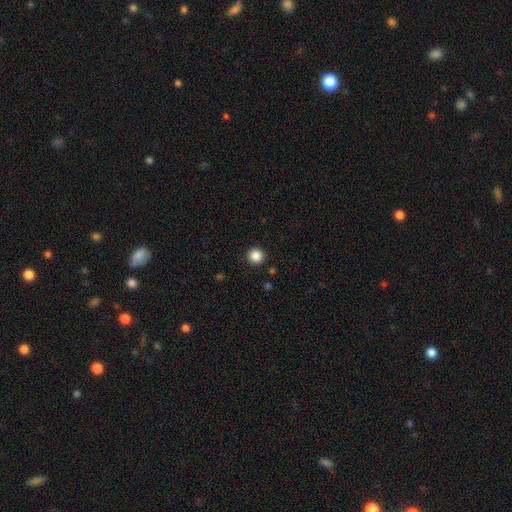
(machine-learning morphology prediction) Q: Smooth or featured?
A: smooth (87%); runner-up: star or artifact (10%)
Q: How rounded?
A: round (95%); runner-up: in between (4%)
Q: Merging?
A: none (92%); runner-up: minor disturbance (5%)